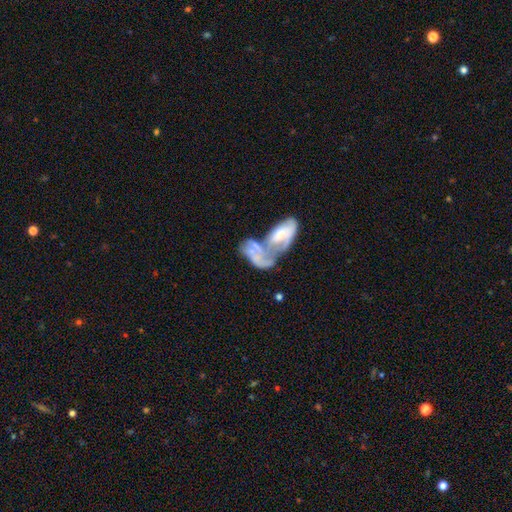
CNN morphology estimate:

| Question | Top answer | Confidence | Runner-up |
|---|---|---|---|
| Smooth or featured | featured or disk | 55% | smooth (37%) |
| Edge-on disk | no | 94% | yes (6%) |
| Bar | no | 78% | weak (17%) |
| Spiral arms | no | 59% | yes (41%) |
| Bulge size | none | 40% | small (28%) |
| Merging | merger | 63% | major disturbance (21%) |